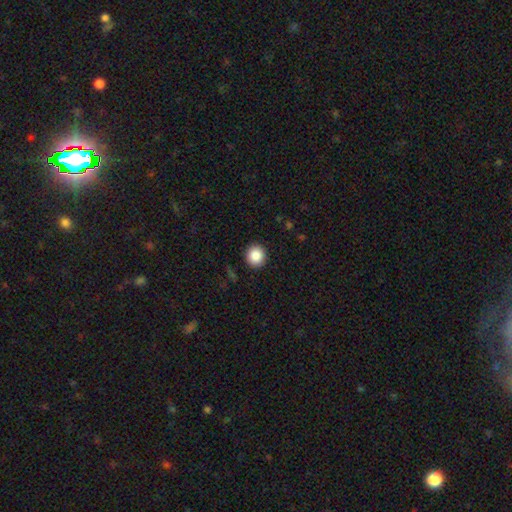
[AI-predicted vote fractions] Overall: smooth (87%). How rounded: round (89%). Merging: none (91%).